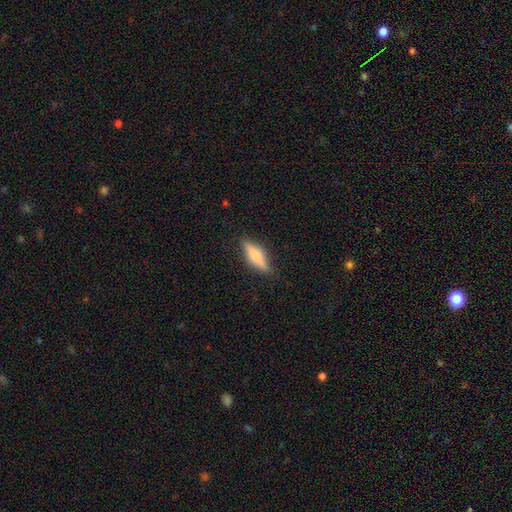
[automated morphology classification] This is possibly a smooth galaxy (56%). How rounded: possibly cigar-shaped (54%). Merging: clearly none (81%).